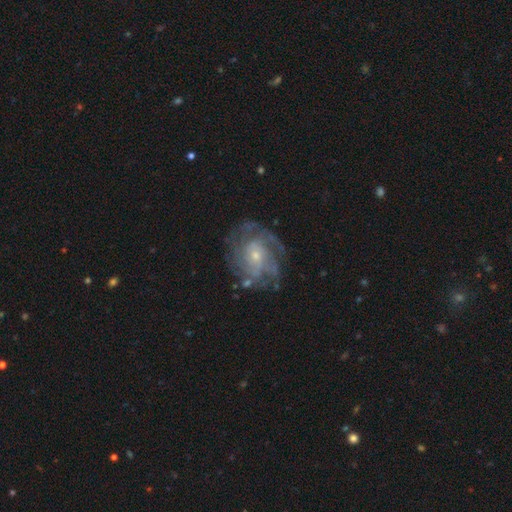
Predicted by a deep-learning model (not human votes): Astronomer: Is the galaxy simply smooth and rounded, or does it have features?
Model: featured or disk — 80%.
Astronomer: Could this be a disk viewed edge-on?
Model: no — 97%.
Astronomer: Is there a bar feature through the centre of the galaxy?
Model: no — 72%.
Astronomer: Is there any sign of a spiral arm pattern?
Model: yes — 86%.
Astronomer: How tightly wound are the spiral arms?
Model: tight — 53% (runner-up: medium, 34%).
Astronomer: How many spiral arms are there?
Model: can't tell — 41% (runner-up: 4, 19%).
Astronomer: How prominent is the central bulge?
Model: small — 65%.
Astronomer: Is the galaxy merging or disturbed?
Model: none — 69%.